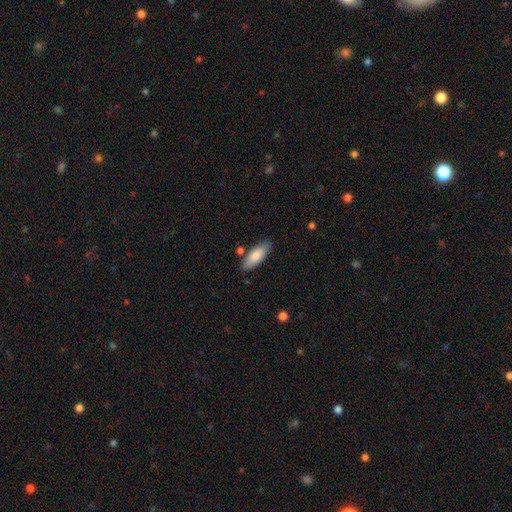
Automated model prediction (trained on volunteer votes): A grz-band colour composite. It shows a smooth galaxy with no disk features (81%) that is in between round and cigar-shaped (69%). Merging: none (81%).